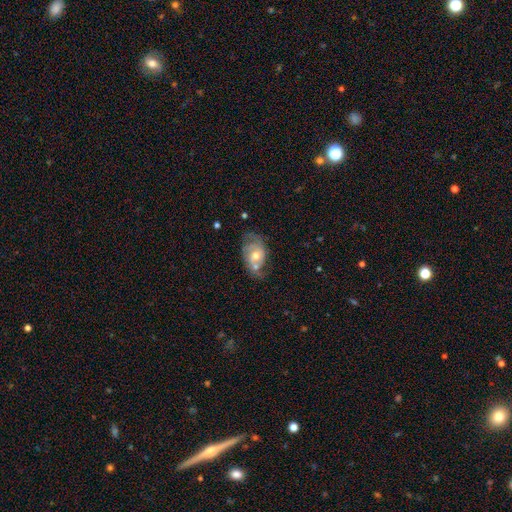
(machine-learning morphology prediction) smooth-or-featured: featured or disk: 62% | smooth: 31% | star or artifact: 7%
  disk-edge-on: no: 95% | yes: 5%
    bar: no: 70% | weak: 25% | strong: 5%
    has-spiral-arms: yes: 73% | no: 27%
    bulge-size: moderate: 68% | small: 23% | large: 6% | none: 1% | dominant: 1%
  merging: none: 40% | minor disturbance: 25% | merger: 18% | major disturbance: 17%